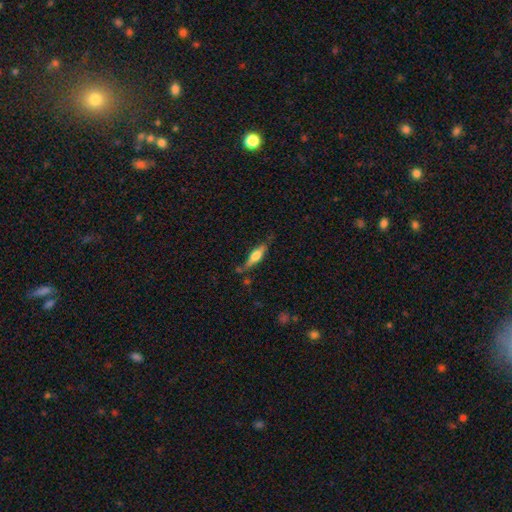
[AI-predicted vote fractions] Morphology: type=smooth (50%); roundness=cigar-shaped (68%); merging=none (69%).